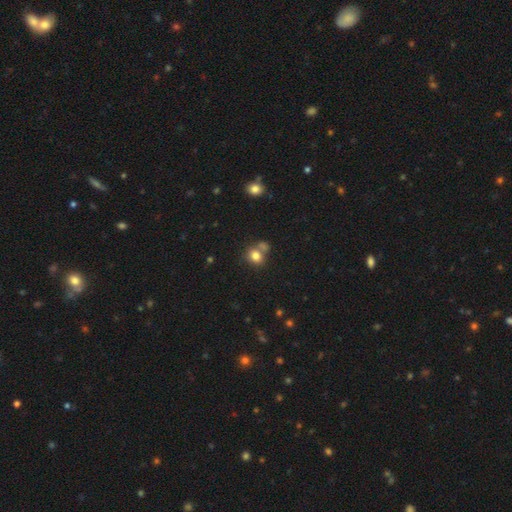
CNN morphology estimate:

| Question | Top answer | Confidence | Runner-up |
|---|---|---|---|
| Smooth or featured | smooth | 80% | star or artifact (12%) |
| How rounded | round | 66% | in between (33%) |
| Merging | none | 54% | merger (30%) |